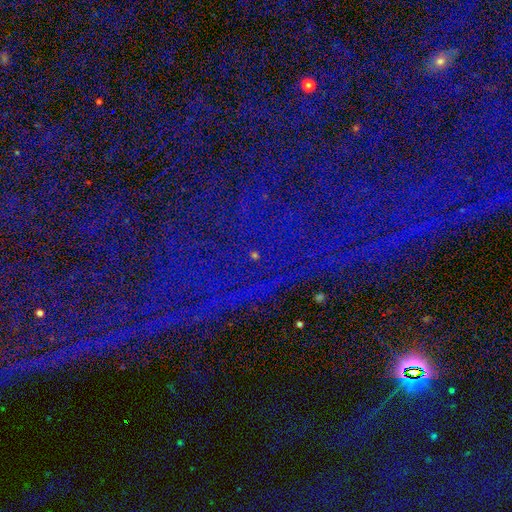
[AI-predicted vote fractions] star or artifact 83%, smooth 9%, featured or disk 8%.